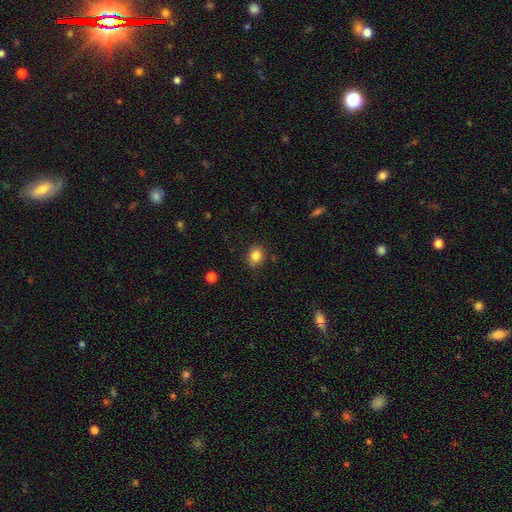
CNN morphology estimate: Smooth or featured: smooth — 83% (star or artifact — 11%)
How rounded: round — 67% (in between — 32%)
Merging: none — 85% (minor disturbance — 11%)